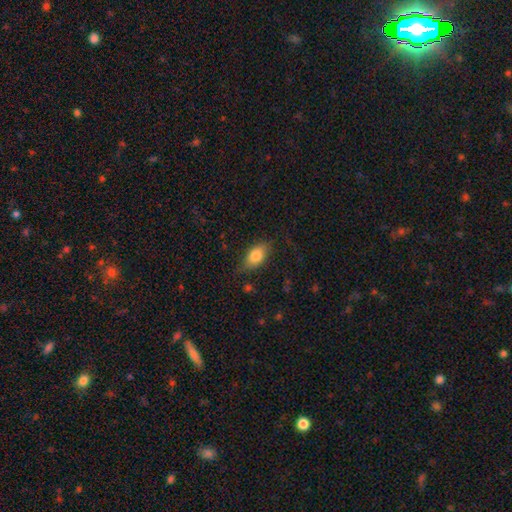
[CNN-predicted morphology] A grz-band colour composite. It shows a smooth galaxy with no disk features (78%) that is in between round and cigar-shaped (88%). Merging: none (72%).